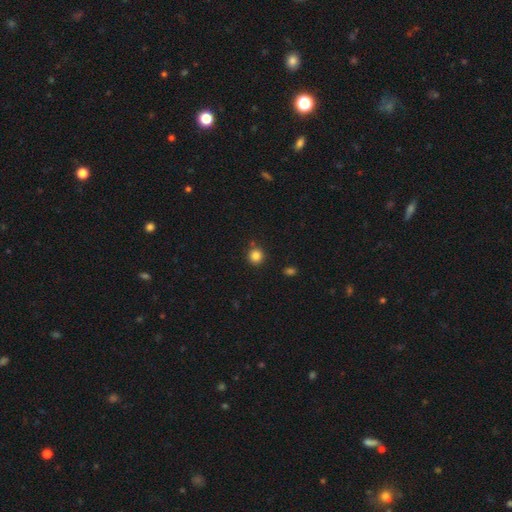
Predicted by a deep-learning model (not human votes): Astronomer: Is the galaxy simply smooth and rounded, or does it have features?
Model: smooth — 84%.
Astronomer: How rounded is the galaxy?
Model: round — 92%.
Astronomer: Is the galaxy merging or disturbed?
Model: none — 84%.